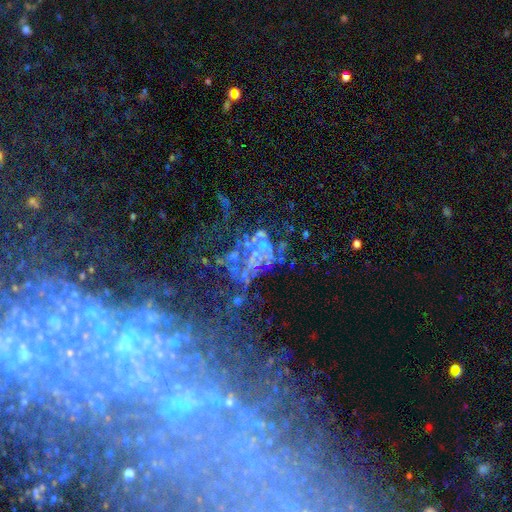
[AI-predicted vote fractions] Morphology: type=featured or disk (46%); merging=none (34%).